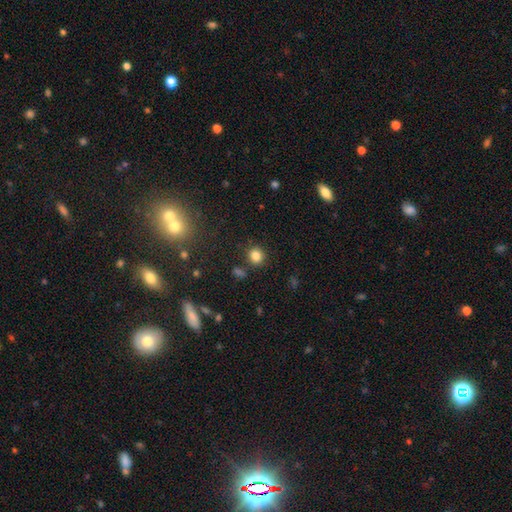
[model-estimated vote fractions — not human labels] smooth_or_featured: smooth (p=0.83) [alt: star or artifact p=0.12]
how_rounded: round (p=0.81) [alt: in between p=0.18]
merging: none (p=0.85) [alt: minor disturbance p=0.08]